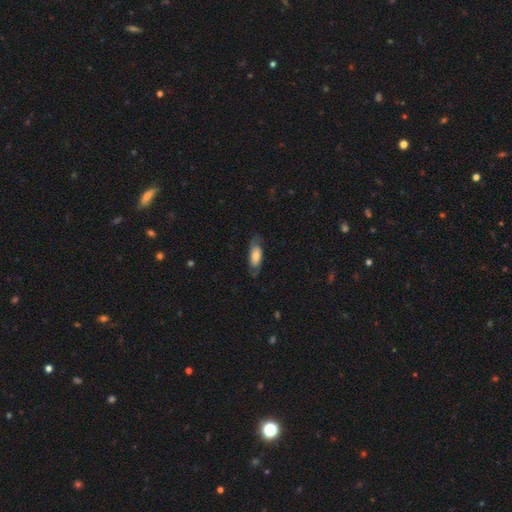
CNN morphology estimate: smooth-or-featured: smooth: 49% | featured or disk: 45% | star or artifact: 6%
  merging: none: 73% | minor disturbance: 18% | major disturbance: 8% | merger: 1%